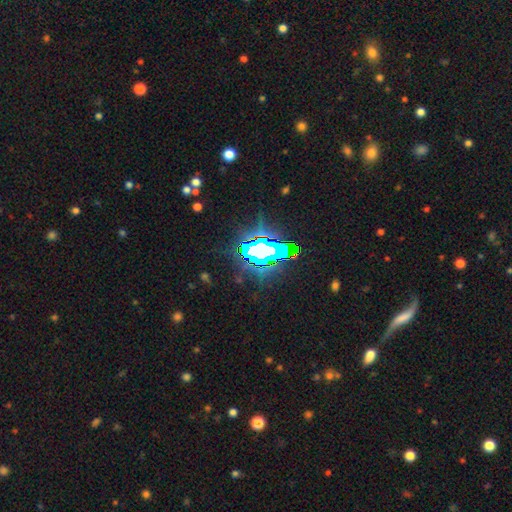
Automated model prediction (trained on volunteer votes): Morphology: type=star or artifact (75%).